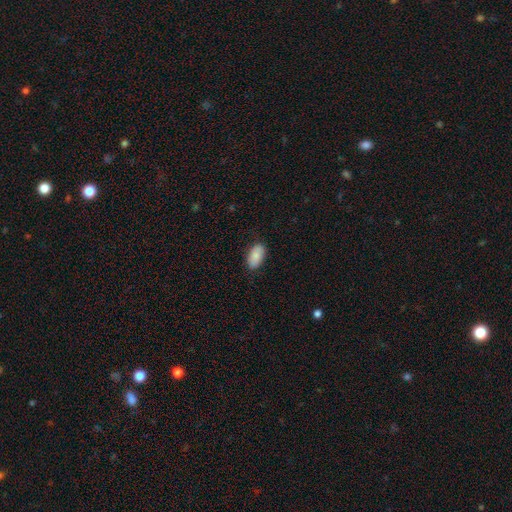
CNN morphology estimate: The model was most divided on "merging": none: 86%, minor disturbance: 11%, major disturbance: 2%, merger: 1%. More confident: how rounded — in between (94%); smooth or featured — smooth (86%).